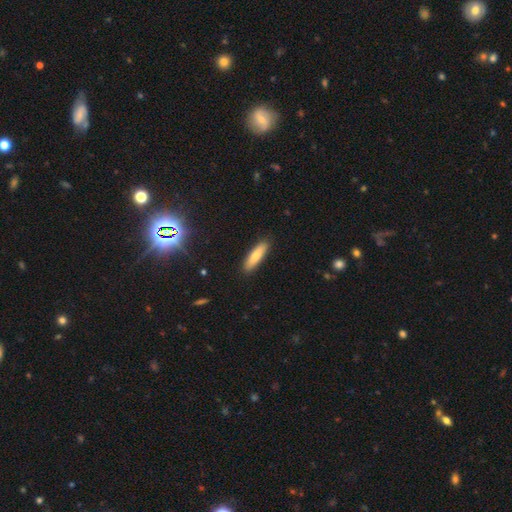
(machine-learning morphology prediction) smooth 74%, featured or disk 19%, star or artifact 7%. Down the decision tree: how rounded — cigar-shaped (67%); merging — none (89%).